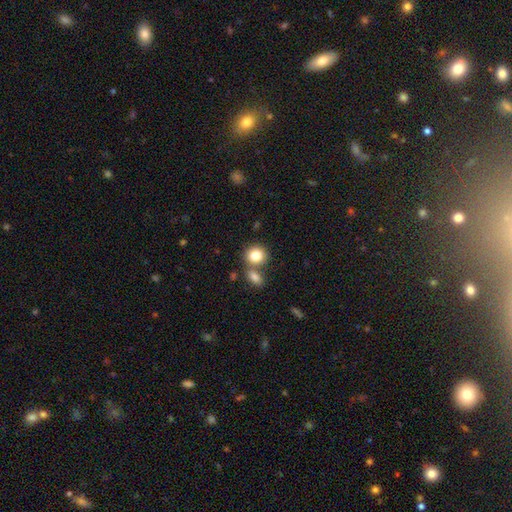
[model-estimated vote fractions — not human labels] Smooth or featured? Predicted: smooth (p=0.83). How rounded? Predicted: round (p=0.74). Merging? Predicted: none (p=0.55).